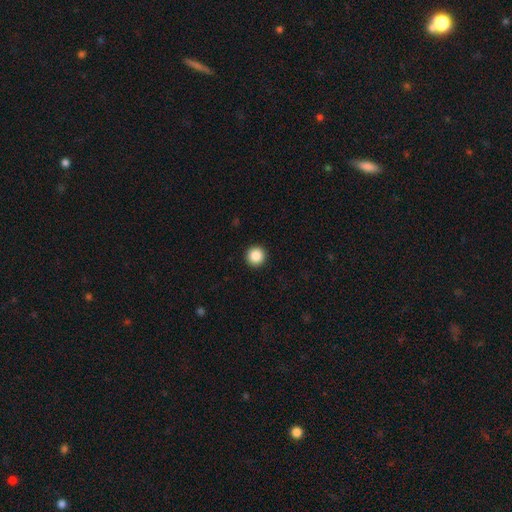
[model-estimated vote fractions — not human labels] Smooth or featured?
  - smooth: 88% *
  - star or artifact: 9%
  - featured or disk: 3%
How rounded?
  - round: 96% *
  - in between: 3%
  - cigar-shaped: 1%
Merging?
  - none: 94% *
  - minor disturbance: 4%
  - major disturbance: 1%
  - merger: 1%